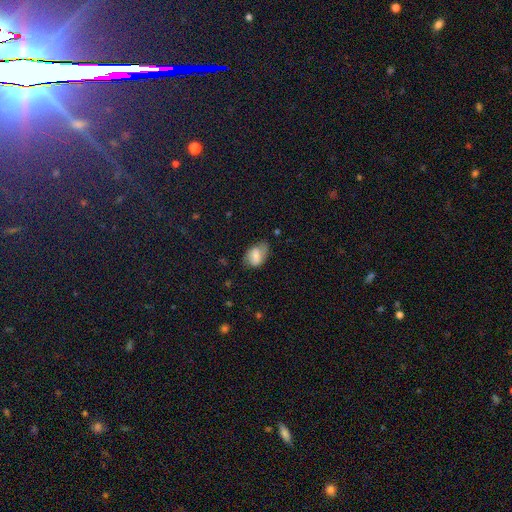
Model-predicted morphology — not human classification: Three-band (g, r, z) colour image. It shows a smooth galaxy with no disk features (63%) that is in between round and cigar-shaped (85%). Merging: none (53%).